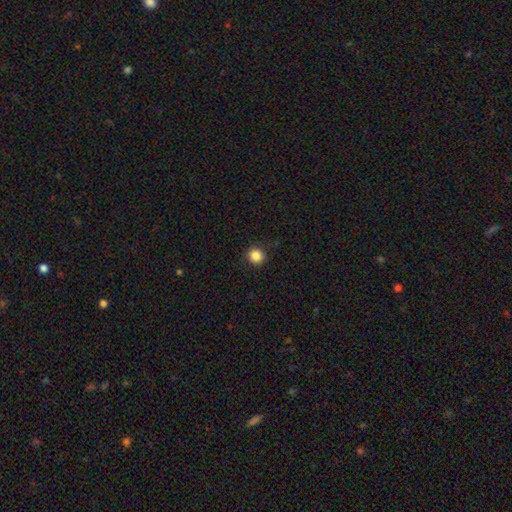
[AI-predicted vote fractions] smooth_or_featured: smooth (p=0.86) [alt: star or artifact p=0.11]
how_rounded: round (p=0.93) [alt: in between p=0.06]
merging: none (p=0.92) [alt: minor disturbance p=0.06]